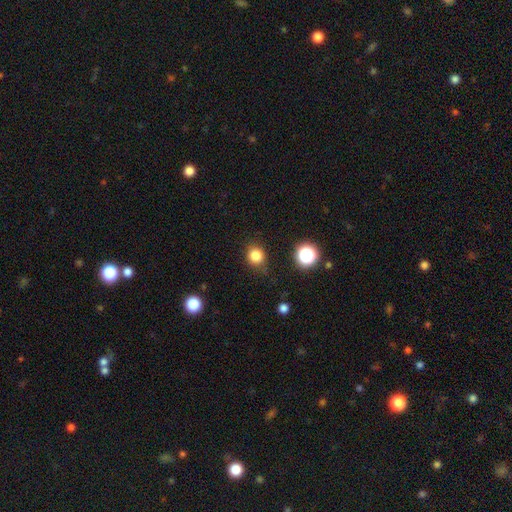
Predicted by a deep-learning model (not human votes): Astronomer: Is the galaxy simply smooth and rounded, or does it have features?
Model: smooth — 82%.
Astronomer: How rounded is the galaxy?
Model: round — 84%.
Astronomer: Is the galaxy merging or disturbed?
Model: none — 80%.